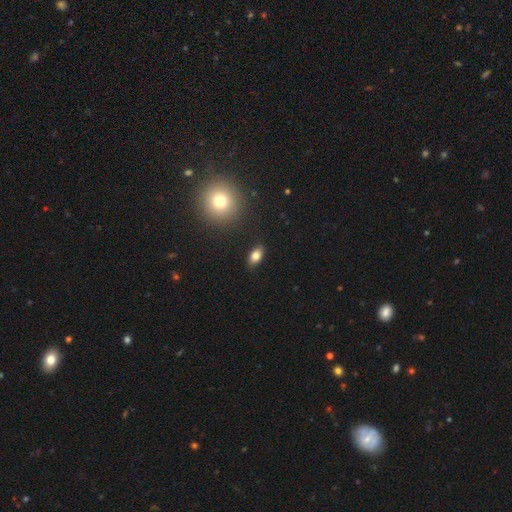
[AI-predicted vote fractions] smooth_or_featured: smooth (p=0.80) [alt: featured or disk p=0.11]
how_rounded: in between (p=0.86) [alt: round p=0.10]
merging: none (p=0.84) [alt: minor disturbance p=0.11]